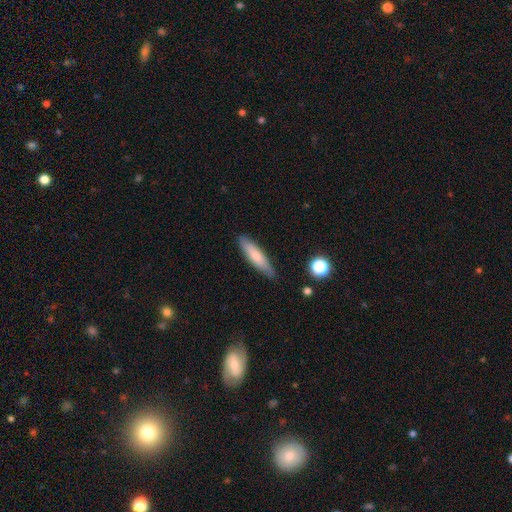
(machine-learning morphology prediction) This is likely a smooth galaxy (74%). How rounded: likely cigar-shaped (77%). Merging: clearly none (83%).